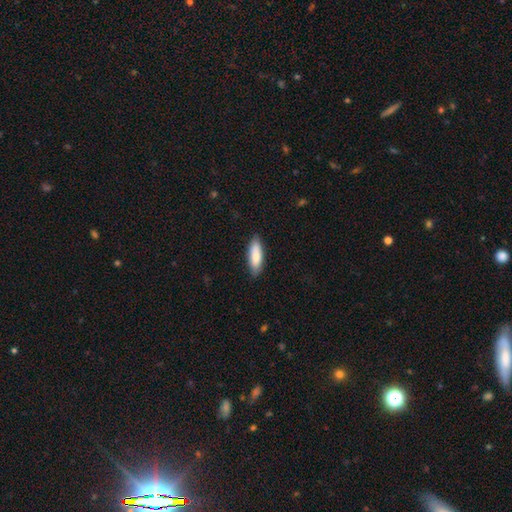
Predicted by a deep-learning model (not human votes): Q: Smooth or featured?
A: smooth (84%); runner-up: featured or disk (11%)
Q: How rounded?
A: in between (60%); runner-up: cigar-shaped (38%)
Q: Merging?
A: none (85%); runner-up: minor disturbance (12%)